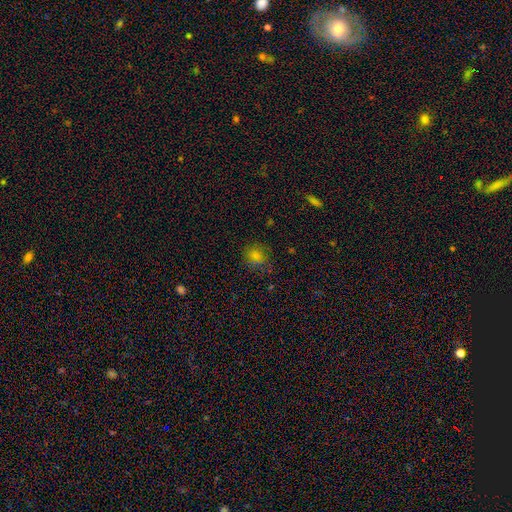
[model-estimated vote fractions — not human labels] Smooth or featured?
  - smooth: 72% *
  - star or artifact: 20%
  - featured or disk: 8%
How rounded?
  - round: 76% *
  - in between: 23%
  - cigar-shaped: 1%
Merging?
  - none: 75% *
  - minor disturbance: 18%
  - major disturbance: 5%
  - merger: 3%